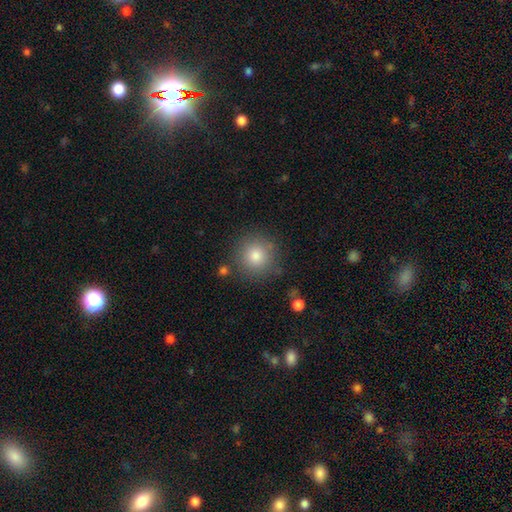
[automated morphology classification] Q: Smooth or featured?
A: smooth (81%); runner-up: star or artifact (11%)
Q: How rounded?
A: round (94%); runner-up: in between (5%)
Q: Merging?
A: none (83%); runner-up: minor disturbance (10%)